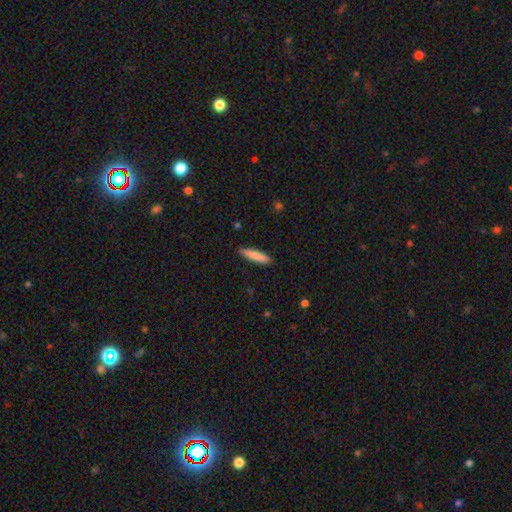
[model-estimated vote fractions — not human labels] smooth_or_featured: smooth (p=0.84) [alt: featured or disk p=0.11]
how_rounded: cigar-shaped (p=0.84) [alt: in between p=0.15]
merging: none (p=0.88) [alt: minor disturbance p=0.09]